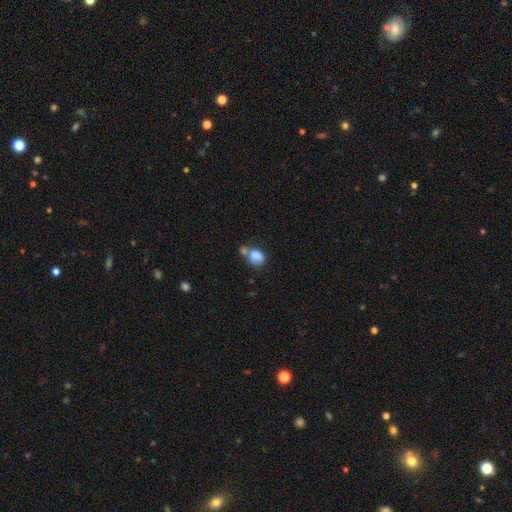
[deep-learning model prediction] Q: Smooth or featured?
A: smooth (78%); runner-up: featured or disk (12%)
Q: How rounded?
A: in between (62%); runner-up: round (37%)
Q: Merging?
A: merger (46%); runner-up: none (27%)